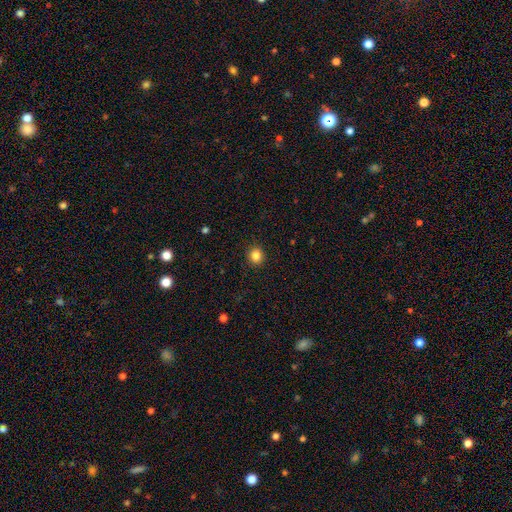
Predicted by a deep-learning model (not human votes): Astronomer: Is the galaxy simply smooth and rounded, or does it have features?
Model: smooth — 85%.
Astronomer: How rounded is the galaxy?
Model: round — 89%.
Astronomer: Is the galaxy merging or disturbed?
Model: none — 92%.